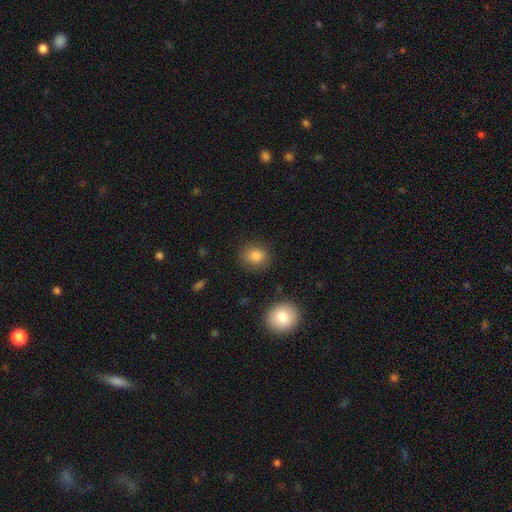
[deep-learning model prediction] Overall: smooth (85%). How rounded: round (65%; in between 34%). Merging: none (81%).